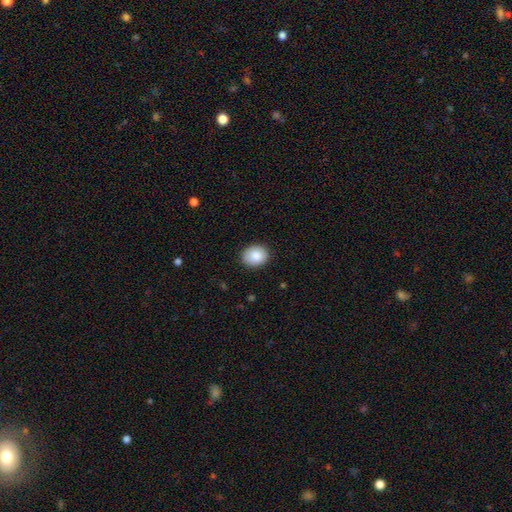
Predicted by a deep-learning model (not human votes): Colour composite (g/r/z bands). It shows a smooth galaxy with no disk features (87%) that is round (55%). Merging: none (88%).